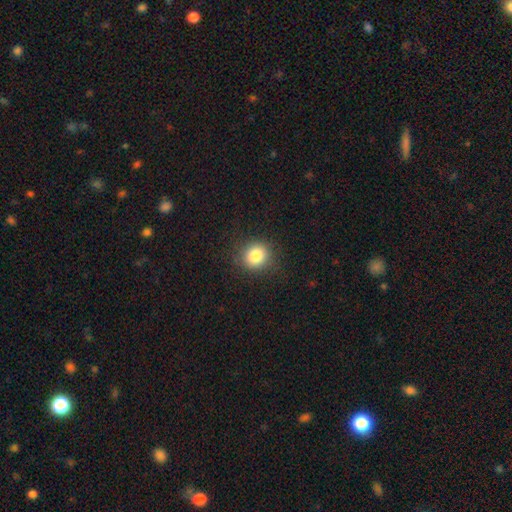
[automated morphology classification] smooth 84%, star or artifact 10%, featured or disk 6%. Down the decision tree: how rounded — round (86%); merging — none (88%).